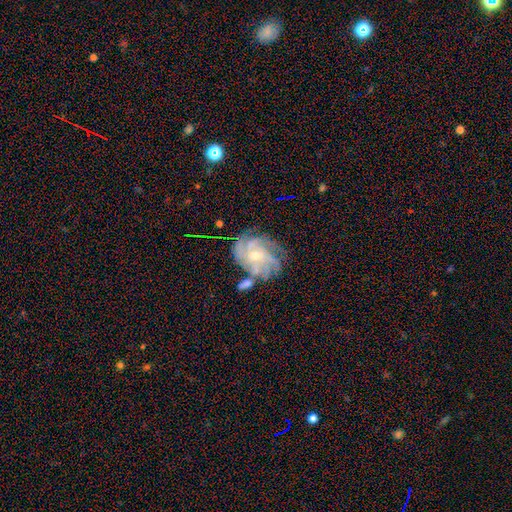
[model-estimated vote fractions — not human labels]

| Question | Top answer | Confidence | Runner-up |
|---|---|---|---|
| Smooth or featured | featured or disk | 82% | smooth (9%) |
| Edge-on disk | no | 97% | yes (3%) |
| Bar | no | 67% | weak (27%) |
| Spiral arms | yes | 94% | no (6%) |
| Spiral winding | tight | 56% | medium (32%) |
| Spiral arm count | can't tell | 28% | 4 (27%) |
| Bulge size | small | 63% | moderate (32%) |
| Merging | none | 61% | minor disturbance (19%) |